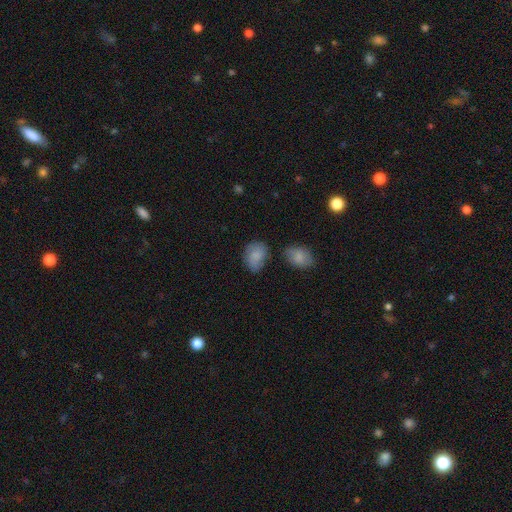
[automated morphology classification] type=smooth (82%); roundness=in between (67%); merging=none (58%).